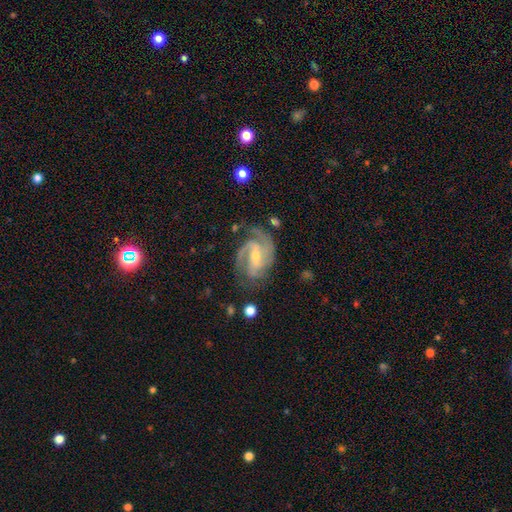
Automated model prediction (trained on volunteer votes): Smooth or featured? featured or disk (91%)
Edge-on disk? no (97%)
Bar? weak (44%)
Spiral arms? yes (98%)
Spiral winding? medium (46%)
Spiral arm count? 2 (42%)
Bulge size? small (57%)
Merging? none (68%)